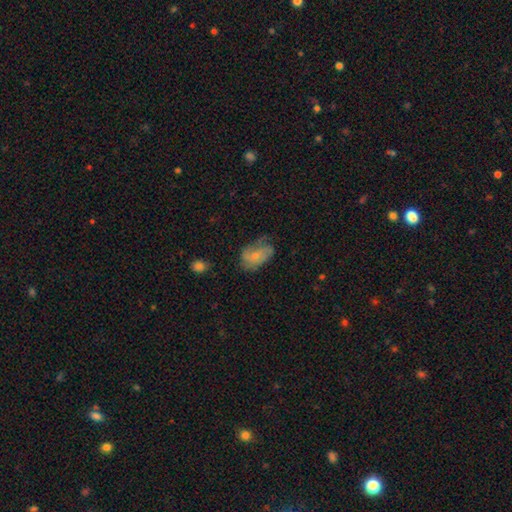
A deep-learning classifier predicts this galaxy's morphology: A smooth galaxy with no disk features (48%). Merging: none (45%).